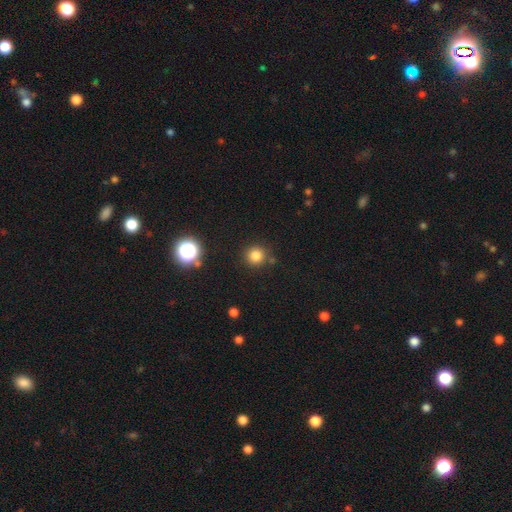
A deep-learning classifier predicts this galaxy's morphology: smooth_or_featured: smooth (p=0.81) [alt: star or artifact p=0.15]
how_rounded: round (p=0.93) [alt: in between p=0.06]
merging: none (p=0.85) [alt: minor disturbance p=0.08]